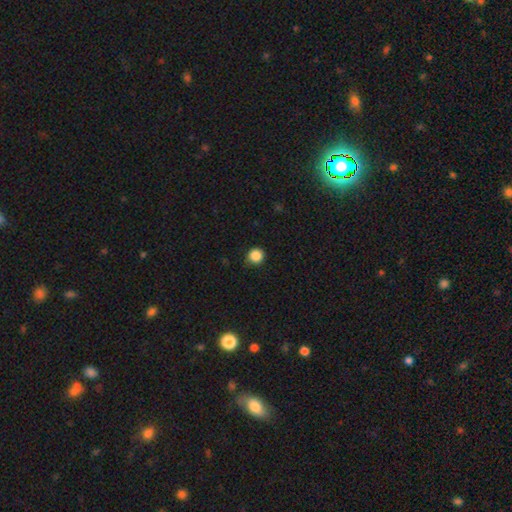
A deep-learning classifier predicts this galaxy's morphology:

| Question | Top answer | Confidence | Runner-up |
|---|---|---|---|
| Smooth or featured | smooth | 87% | star or artifact (11%) |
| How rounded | round | 93% | in between (6%) |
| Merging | none | 88% | minor disturbance (9%) |